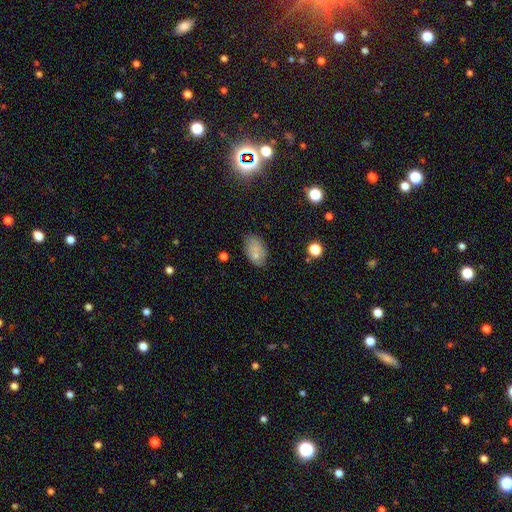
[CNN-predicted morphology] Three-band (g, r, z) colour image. It shows a smooth galaxy with no disk features (72%) that is in between round and cigar-shaped (92%). Merging: none (69%).